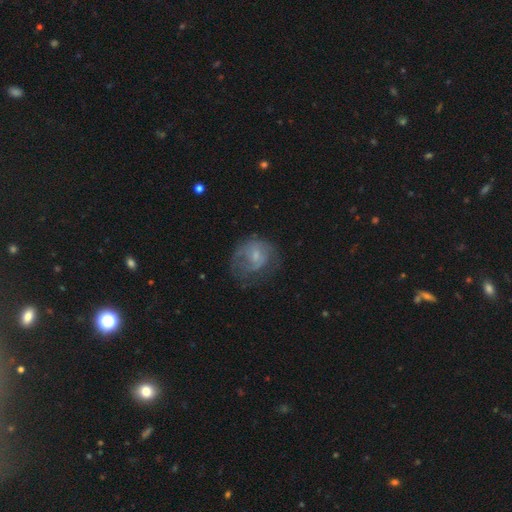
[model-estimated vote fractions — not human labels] smooth_or_featured: featured or disk (p=0.51) [alt: smooth p=0.40]
disk_edge_on: no (p=0.98) [alt: yes p=0.02]
merging: none (p=0.45) [alt: major disturbance p=0.28]